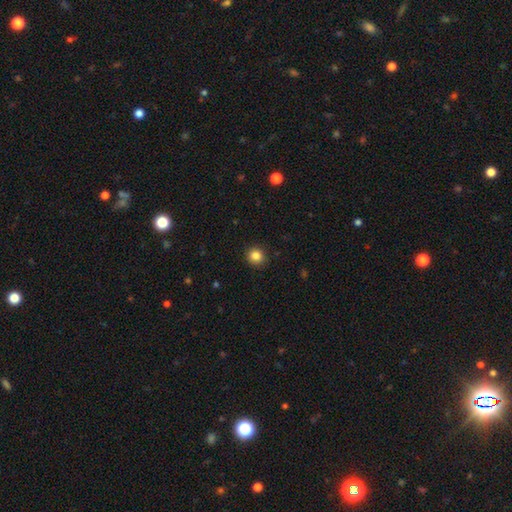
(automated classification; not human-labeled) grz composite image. It shows a smooth galaxy with no disk features (85%) that is round (90%). Merging: none (91%).